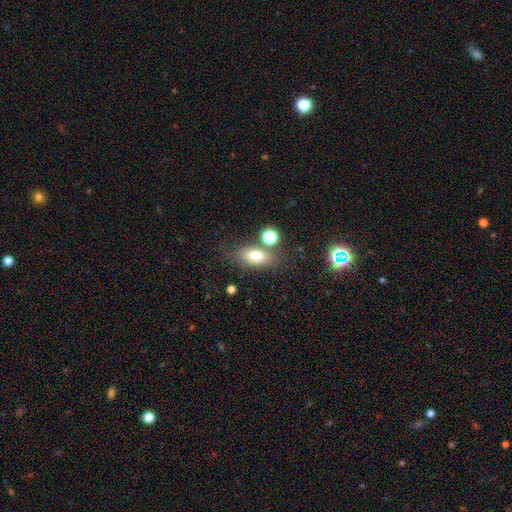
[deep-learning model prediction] A smooth galaxy with no disk features (74%) that is in between round and cigar-shaped (79%).

Vote fractions:
- Smooth or featured? smooth: 74% / featured or disk: 15% / star or artifact: 12%
- How rounded? in between: 79% / round: 13% / cigar-shaped: 8%
- Merging? none: 68% / minor disturbance: 14% / merger: 12% / major disturbance: 6%